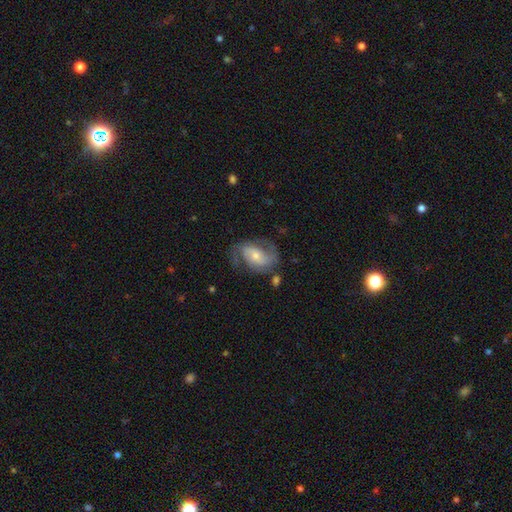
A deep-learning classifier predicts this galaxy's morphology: featured or disk 74%, smooth 19%, star or artifact 6%. Down the decision tree: edge-on disk — no (97%); bar — no (48%); spiral arms — yes (91%); spiral arm count — 2 (82%); spiral winding — medium (47%); bulge size — small (50%); merging — none (60%).